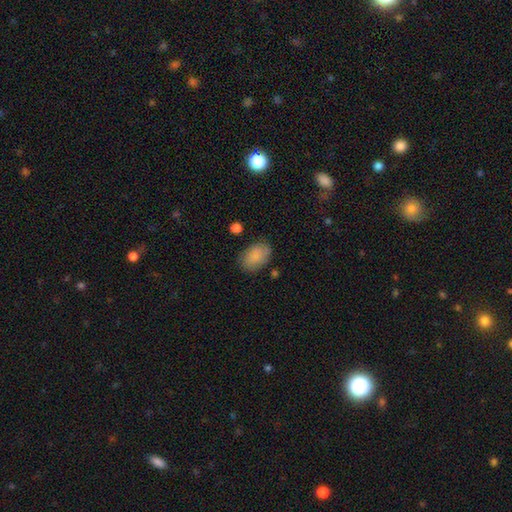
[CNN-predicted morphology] Q: Smooth or featured?
A: smooth (86%); runner-up: featured or disk (8%)
Q: How rounded?
A: in between (87%); runner-up: round (11%)
Q: Merging?
A: none (78%); runner-up: minor disturbance (16%)